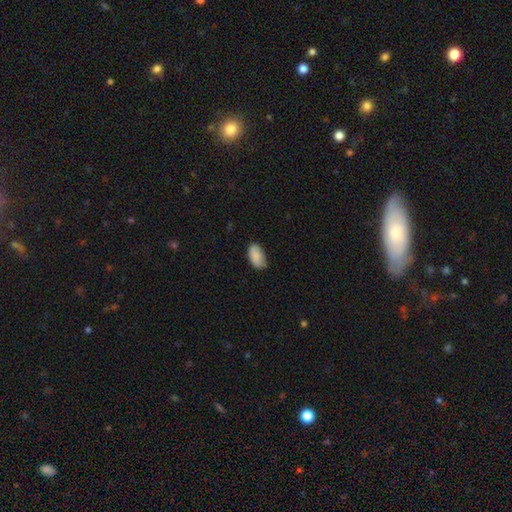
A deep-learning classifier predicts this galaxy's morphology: Q: Smooth or featured?
A: smooth (86%); runner-up: star or artifact (7%)
Q: How rounded?
A: in between (94%); runner-up: round (4%)
Q: Merging?
A: none (68%); runner-up: minor disturbance (27%)